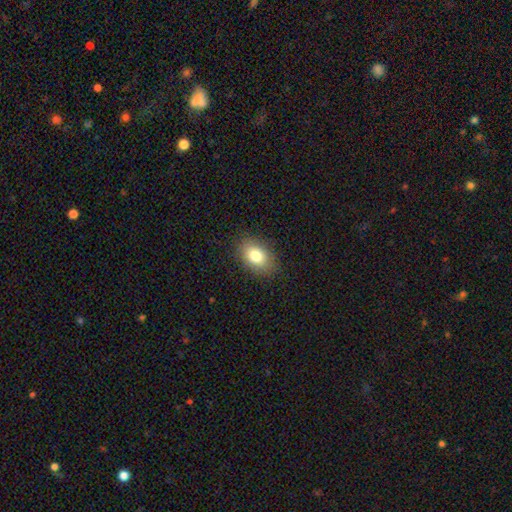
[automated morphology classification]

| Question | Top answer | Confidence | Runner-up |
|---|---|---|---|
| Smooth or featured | smooth | 81% | featured or disk (10%) |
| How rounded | in between | 84% | round (15%) |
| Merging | none | 86% | minor disturbance (10%) |